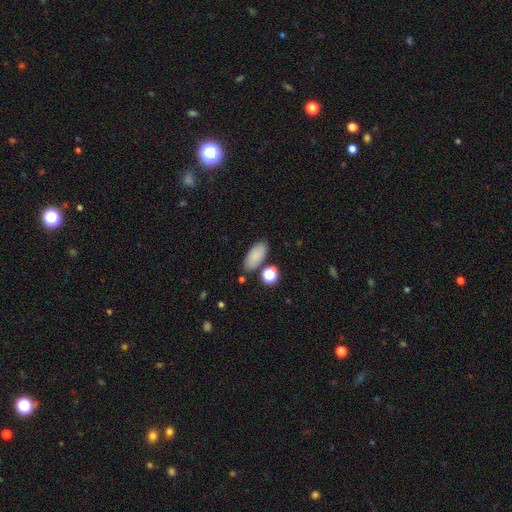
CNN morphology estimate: Smooth or featured? Predicted: smooth (p=0.84). How rounded? Predicted: in between (p=0.86). Merging? Predicted: none (p=0.78).